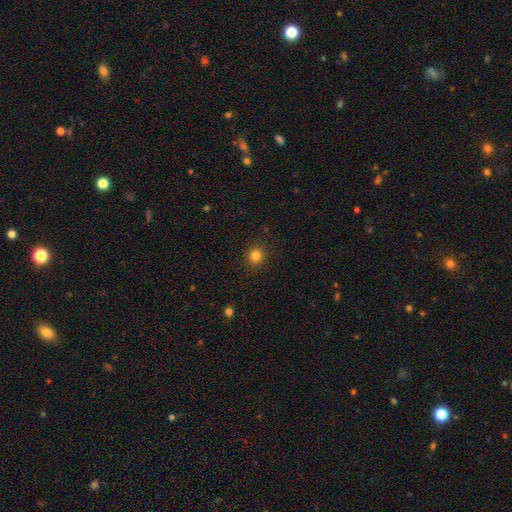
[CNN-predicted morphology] This appears to be a smooth galaxy with no disk features (82%) that is round (91%). Merging: none (91%).